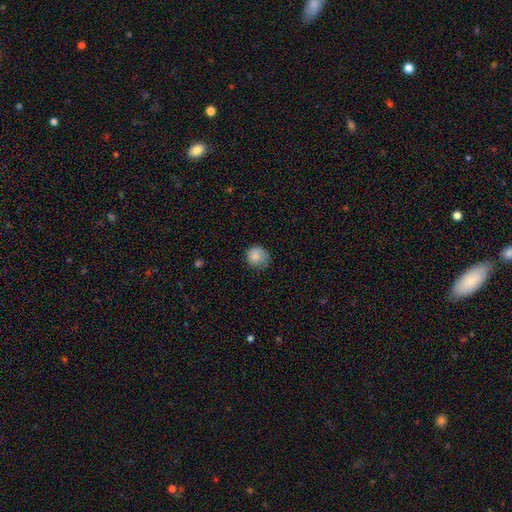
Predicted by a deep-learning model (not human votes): smooth-or-featured: smooth: 84% | featured or disk: 8% | star or artifact: 8%
  how-rounded: round: 85% | in between: 14% | cigar-shaped: 1%
  merging: none: 63% | minor disturbance: 27% | major disturbance: 9% | merger: 1%